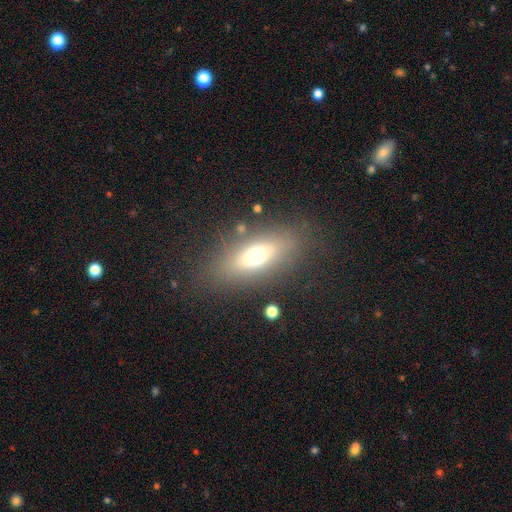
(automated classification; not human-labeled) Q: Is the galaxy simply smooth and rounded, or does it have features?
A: smooth — 61%.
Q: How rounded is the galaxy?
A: in between — 70%.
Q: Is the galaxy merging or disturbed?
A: none — 80%.